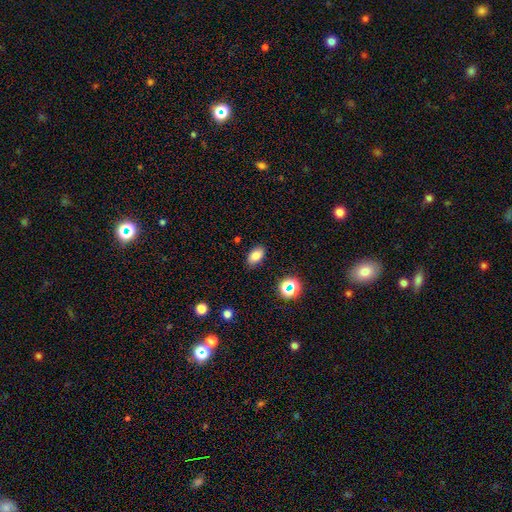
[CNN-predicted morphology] Smooth or featured? Predicted: smooth (p=0.79). How rounded? Predicted: in between (p=0.89). Merging? Predicted: none (p=0.86).